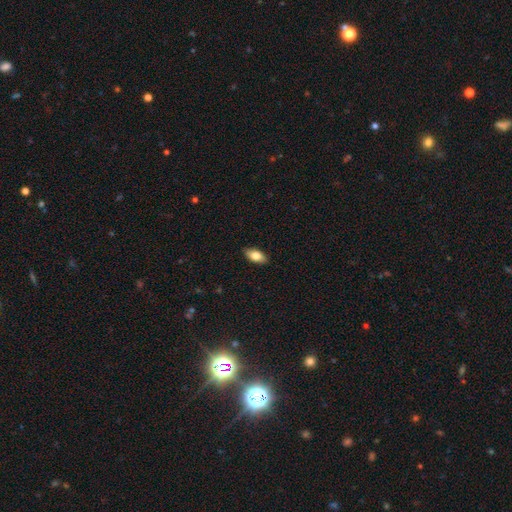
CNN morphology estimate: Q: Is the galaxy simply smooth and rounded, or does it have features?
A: smooth — 80%.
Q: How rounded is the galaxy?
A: in between — 90%.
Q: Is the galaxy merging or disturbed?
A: none — 89%.